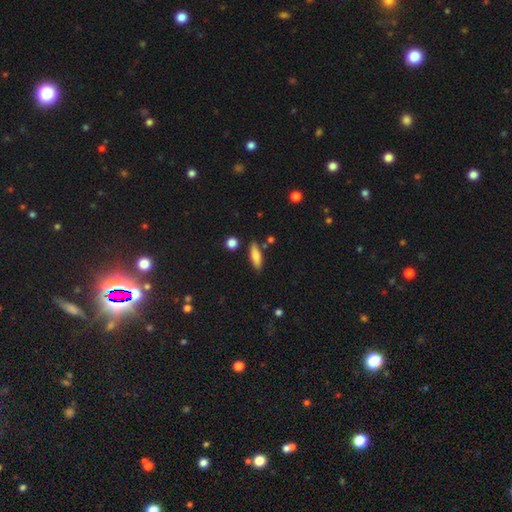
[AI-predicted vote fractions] Overall: smooth (79%). How rounded: cigar-shaped (53%; in between 45%). Merging: none (82%).